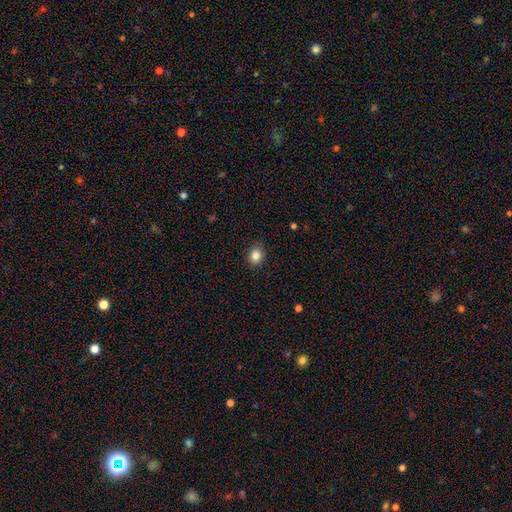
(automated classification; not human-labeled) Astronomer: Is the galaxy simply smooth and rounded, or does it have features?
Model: smooth — 85%.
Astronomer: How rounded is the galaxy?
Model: round — 51% (runner-up: in between, 48%).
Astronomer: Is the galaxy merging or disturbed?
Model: none — 87%.